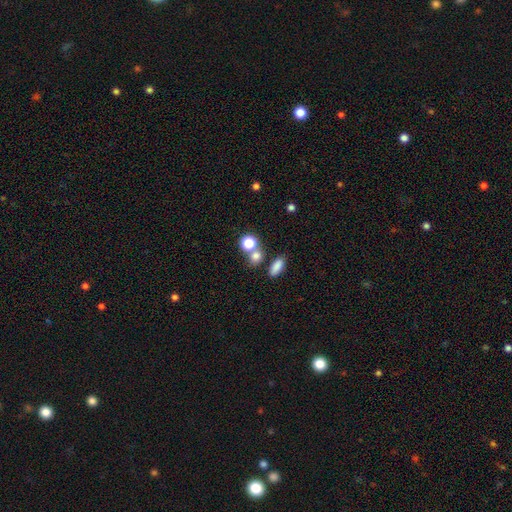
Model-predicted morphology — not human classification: smooth 76%, star or artifact 16%, featured or disk 7%. Down the decision tree: how rounded — round (63%); merging — none (59%).